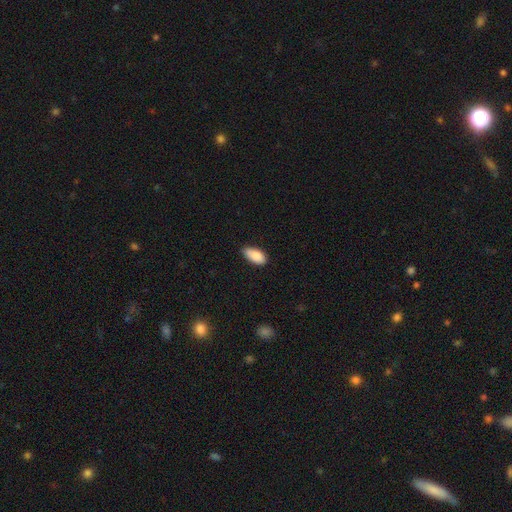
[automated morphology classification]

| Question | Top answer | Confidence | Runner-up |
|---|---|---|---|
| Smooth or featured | smooth | 87% | star or artifact (7%) |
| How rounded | in between | 92% | cigar-shaped (6%) |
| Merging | none | 72% | minor disturbance (24%) |